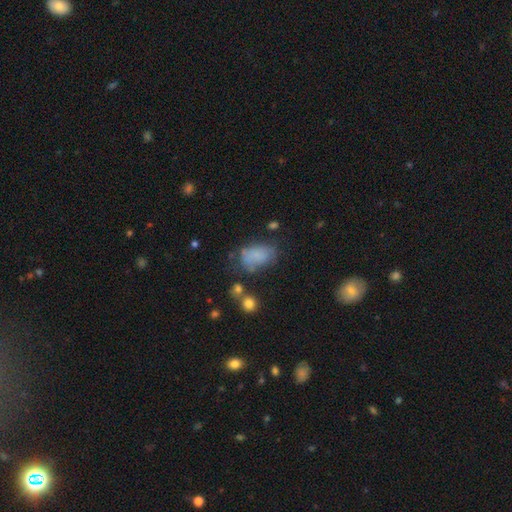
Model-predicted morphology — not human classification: Smooth or featured: smooth — 73% (featured or disk — 14%)
How rounded: in between — 87% (round — 11%)
Merging: none — 45% (minor disturbance — 29%)